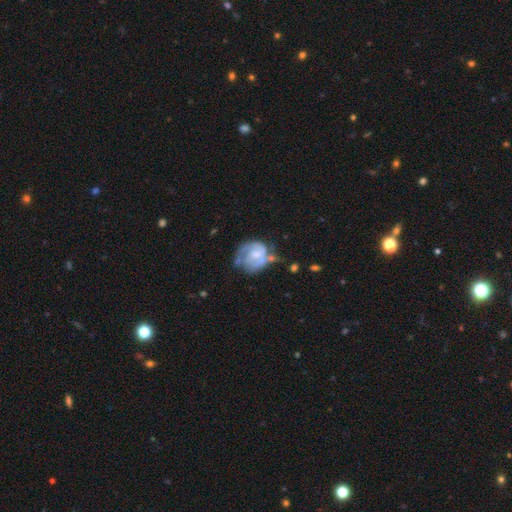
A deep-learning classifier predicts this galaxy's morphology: smooth-or-featured: featured or disk: 67% | smooth: 27% | star or artifact: 6%
  disk-edge-on: no: 98% | yes: 2%
    bar: no: 60% | weak: 33% | strong: 6%
    has-spiral-arms: yes: 77% | no: 23%
      spiral-winding: tight: 51% | medium: 34% | loose: 15%
      spiral-arm-count: 2: 42% | can't tell: 26% | 1: 22% | 3: 6% | 4: 2% | more than 4: 2%
    bulge-size: moderate: 41% | small: 39% | none: 12% | large: 7% | dominant: 1%
  merging: none: 41% | minor disturbance: 28% | major disturbance: 23% | merger: 9%